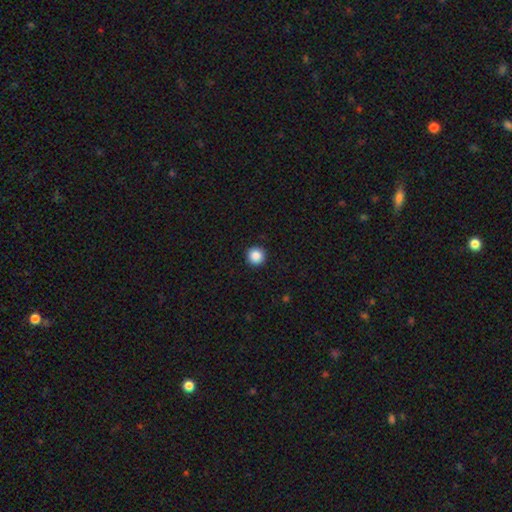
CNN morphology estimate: A smooth galaxy with no disk features (88%) that is round (96%). Merging: none (93%).